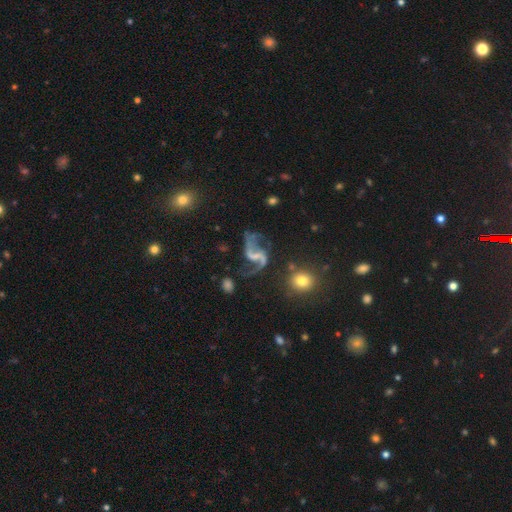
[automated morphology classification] Q: Smooth or featured?
A: featured or disk (87%); runner-up: star or artifact (7%)
Q: Edge-on disk?
A: no (98%); runner-up: yes (2%)
Q: Bar?
A: weak (45%); runner-up: no (28%)
Q: Spiral arms?
A: yes (95%); runner-up: no (5%)
Q: Spiral winding?
A: loose (79%); runner-up: medium (17%)
Q: Spiral arm count?
A: 2 (92%); runner-up: 1 (3%)
Q: Bulge size?
A: none (48%); runner-up: small (35%)
Q: Merging?
A: none (54%); runner-up: major disturbance (22%)